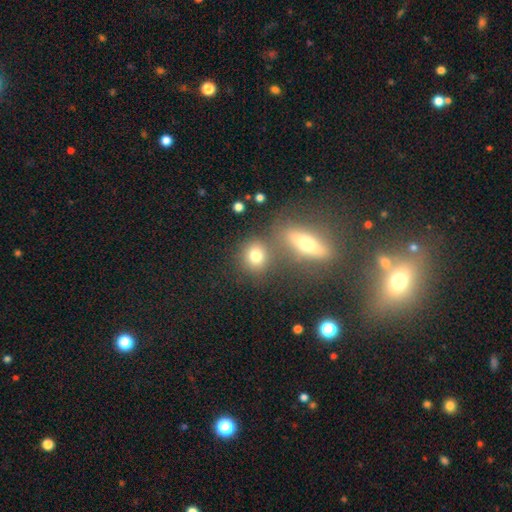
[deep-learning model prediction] The model was most divided on "merging": none: 63%, merger: 24%, minor disturbance: 9%, major disturbance: 4%. More confident: smooth or featured — smooth (75%); how rounded — round (73%).